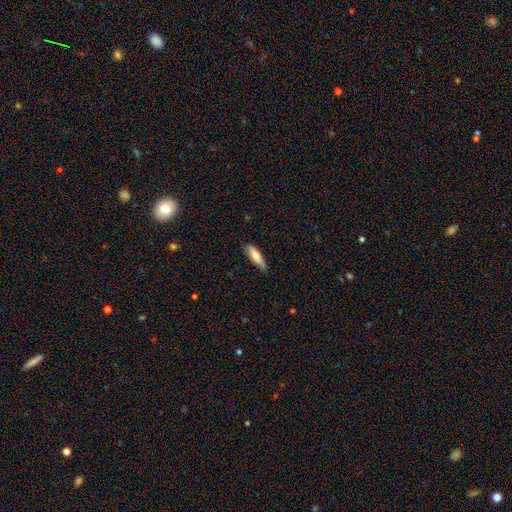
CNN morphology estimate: smooth_or_featured: smooth (p=0.74) [alt: featured or disk p=0.20]
how_rounded: cigar-shaped (p=0.54) [alt: in between p=0.44]
merging: none (p=0.74) [alt: minor disturbance p=0.21]